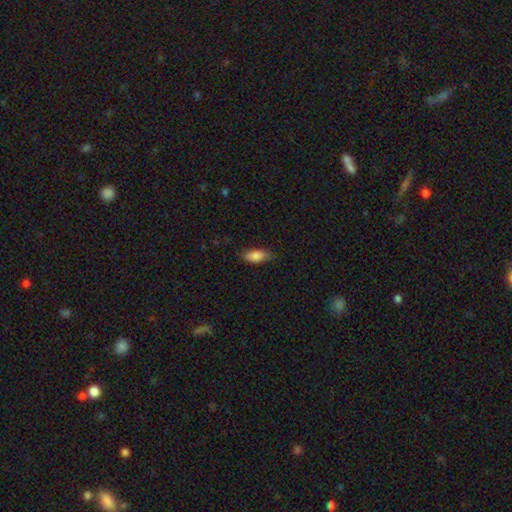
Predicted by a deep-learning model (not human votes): smooth_or_featured: smooth (p=0.85) [alt: featured or disk p=0.08]
how_rounded: in between (p=0.83) [alt: cigar-shaped p=0.15]
merging: none (p=0.80) [alt: minor disturbance p=0.16]